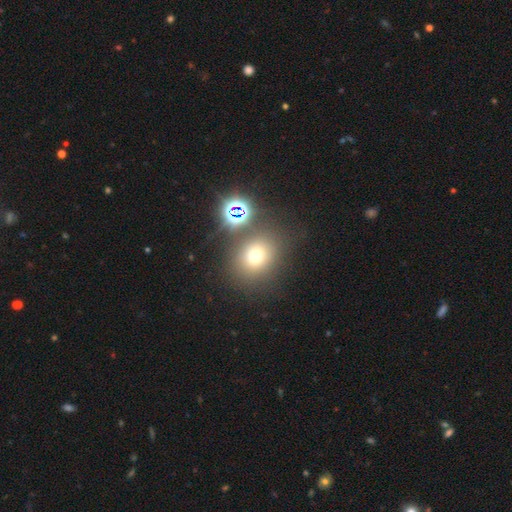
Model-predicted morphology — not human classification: A smooth galaxy with no disk features (67%) that is round (73%).

Vote fractions:
- Smooth or featured? smooth: 67% / star or artifact: 22% / featured or disk: 11%
- How rounded? round: 73% / in between: 26% / cigar-shaped: 1%
- Merging? none: 75% / minor disturbance: 10% / merger: 10% / major disturbance: 5%